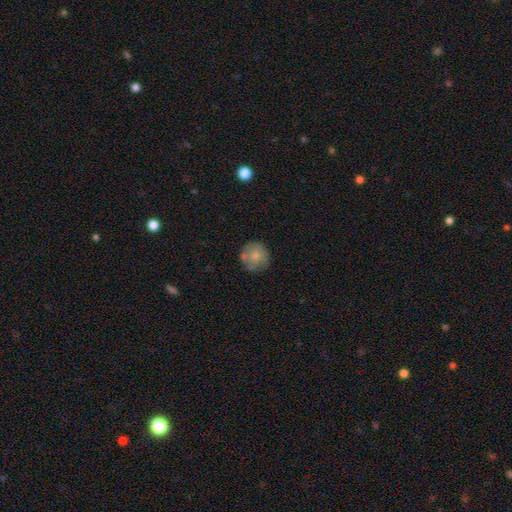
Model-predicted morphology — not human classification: A smooth galaxy with no disk features (70%) that is round (91%). Merging: none (70%).